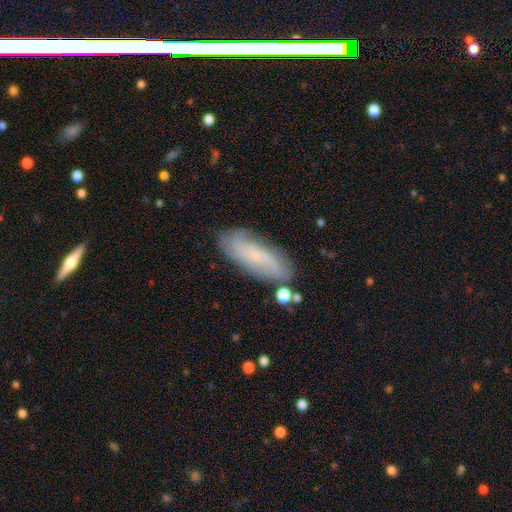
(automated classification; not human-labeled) Smooth or featured? featured or disk (52%)
Edge-on disk? no (84%)
Merging? none (74%)